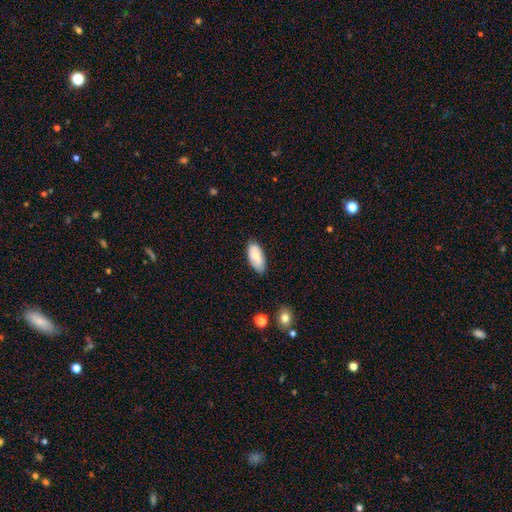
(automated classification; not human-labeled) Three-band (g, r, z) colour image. It shows a smooth galaxy with no disk features (74%) that is in between round and cigar-shaped (90%). Merging: none (79%).